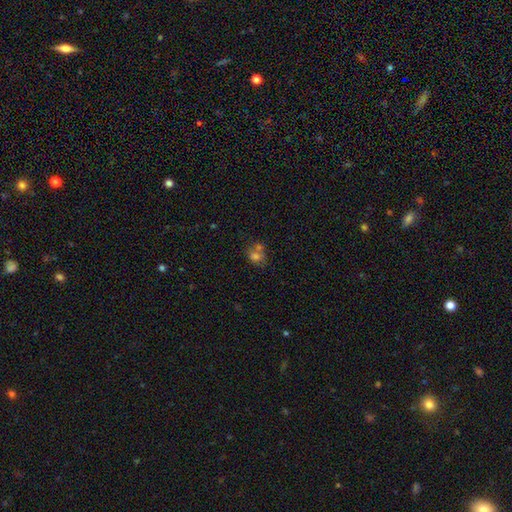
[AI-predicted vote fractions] A smooth galaxy with no disk features (68%) that is round (54%).

Vote fractions:
- Smooth or featured? smooth: 68% / featured or disk: 17% / star or artifact: 16%
- How rounded? round: 54% / in between: 45% / cigar-shaped: 1%
- Merging? merger: 42% / none: 39% / minor disturbance: 13% / major disturbance: 6%